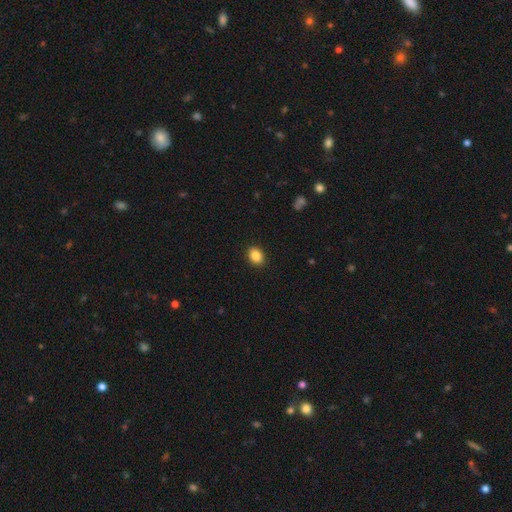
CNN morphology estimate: Smooth or featured? Predicted: smooth (p=0.87). How rounded? Predicted: in between (p=0.66). Merging? Predicted: none (p=0.91).